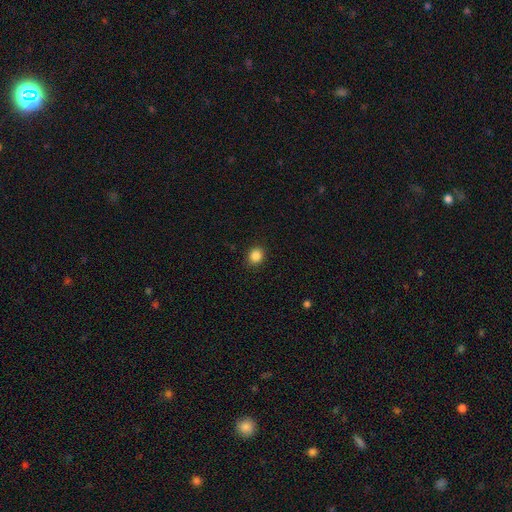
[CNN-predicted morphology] Smooth or featured? Predicted: smooth (p=0.86). How rounded? Predicted: round (p=0.78). Merging? Predicted: none (p=0.90).